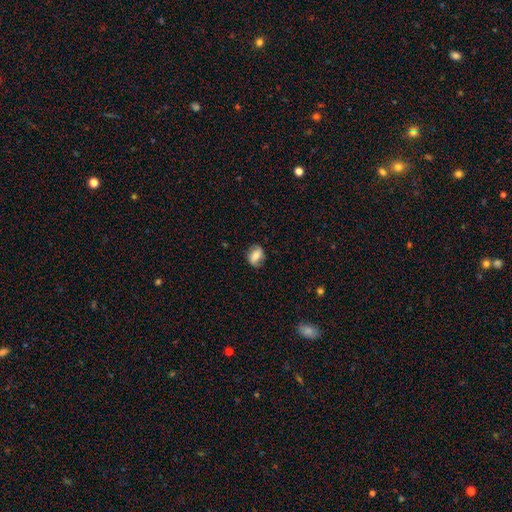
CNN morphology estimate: Q: Smooth or featured?
A: smooth (60%); runner-up: featured or disk (31%)
Q: How rounded?
A: in between (64%); runner-up: round (34%)
Q: Merging?
A: none (77%); runner-up: minor disturbance (18%)